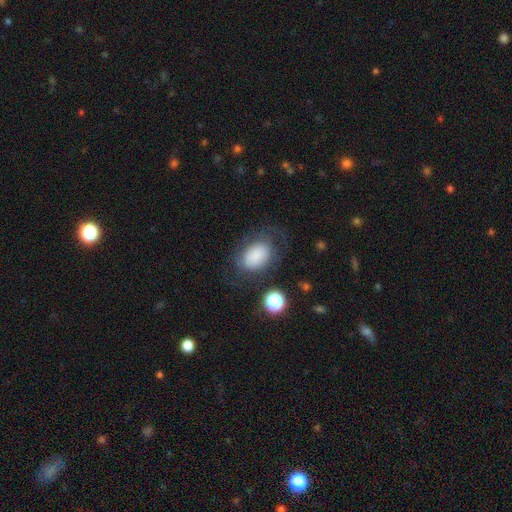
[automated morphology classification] The model was most divided on "merging": none: 57%, minor disturbance: 22%, major disturbance: 18%, merger: 3%. More confident: how rounded — in between (80%); smooth or featured — smooth (73%).